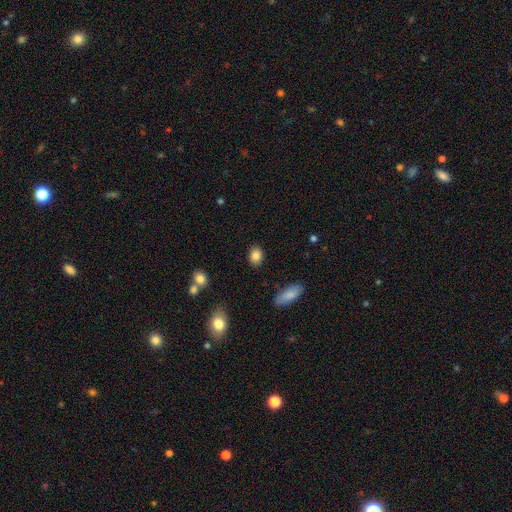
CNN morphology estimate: This appears to be a smooth galaxy with no disk features (86%) that is in between round and cigar-shaped (53%). Merging: none (88%).